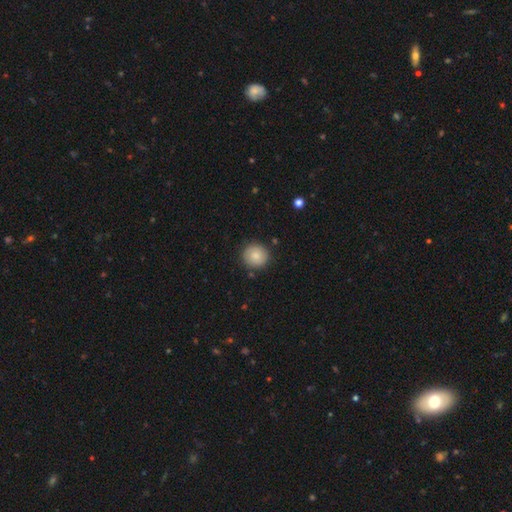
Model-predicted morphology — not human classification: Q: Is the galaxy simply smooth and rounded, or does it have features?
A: smooth — 83%.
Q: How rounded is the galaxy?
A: round — 92%.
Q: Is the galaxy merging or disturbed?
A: none — 88%.